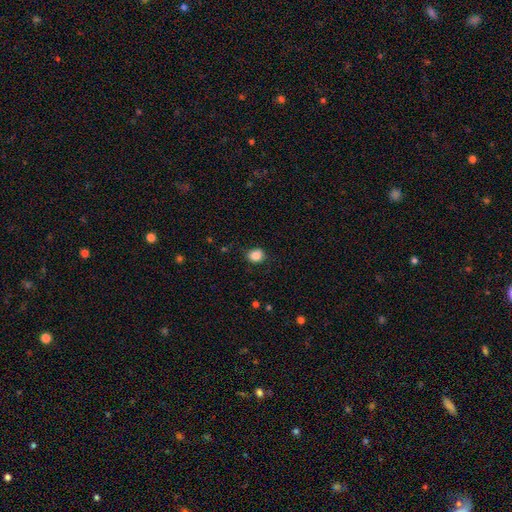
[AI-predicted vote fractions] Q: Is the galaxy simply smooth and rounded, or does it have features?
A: smooth — 85%.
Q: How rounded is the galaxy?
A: round — 68%.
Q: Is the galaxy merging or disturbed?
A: none — 86%.